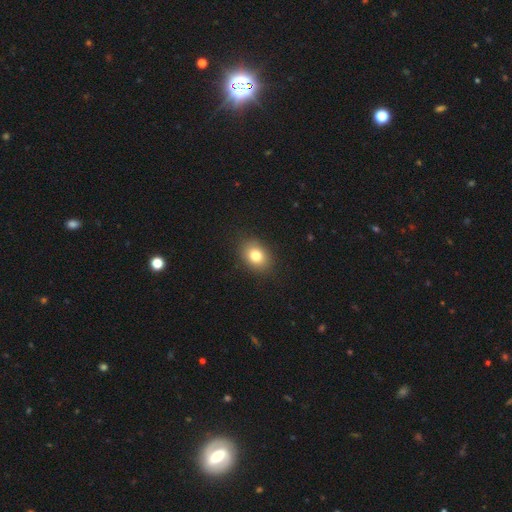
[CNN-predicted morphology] This is clearly a smooth galaxy (81%). How rounded: likely in between (63%). Merging: clearly none (88%).